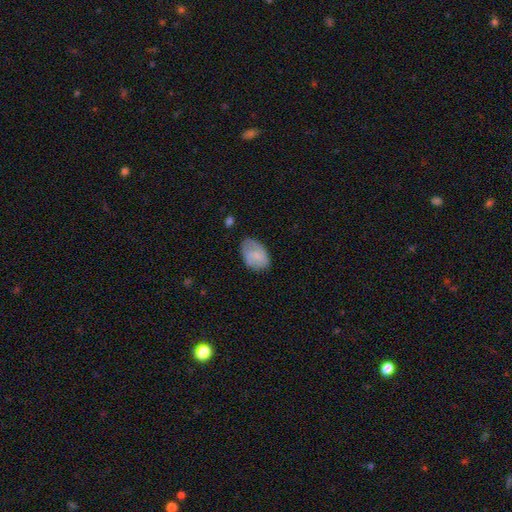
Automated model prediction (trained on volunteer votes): The model was most divided on "merging": none: 65%, minor disturbance: 26%, major disturbance: 7%, merger: 2%. More confident: how rounded — in between (87%); smooth or featured — smooth (69%).